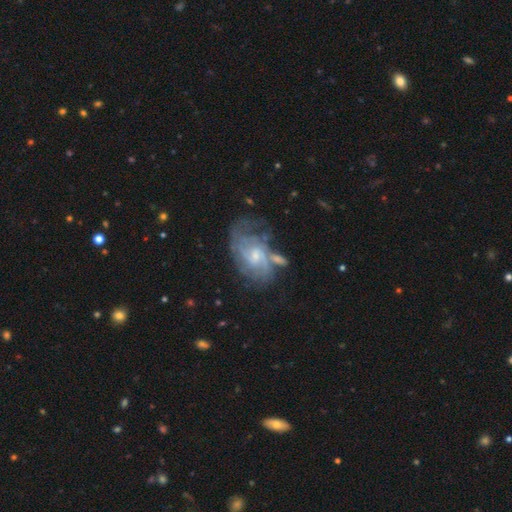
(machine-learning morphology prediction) type=featured or disk (80%); edge-on=no (97%); bar=no (56%); spiral arms=yes (90%); winding=tight (43%); arm count=can't tell (40%); bulge=small (59%); merging=none (42%).